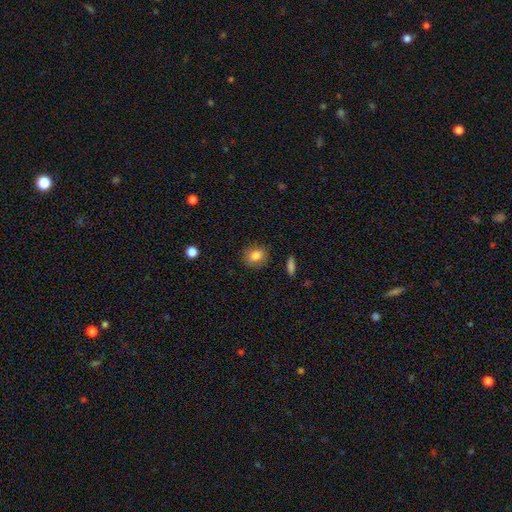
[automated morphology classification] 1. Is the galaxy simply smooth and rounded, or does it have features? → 83% smooth, 9% star or artifact, 8% featured or disk.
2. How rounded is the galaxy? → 67% round, 32% in between, 1% cigar-shaped.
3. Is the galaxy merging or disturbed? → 83% none, 12% minor disturbance, 3% major disturbance, 1% merger.